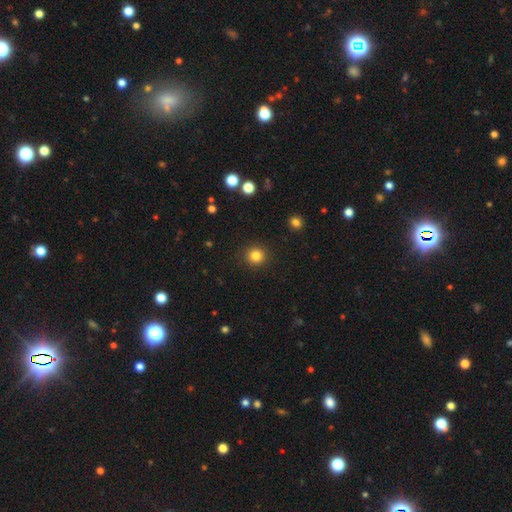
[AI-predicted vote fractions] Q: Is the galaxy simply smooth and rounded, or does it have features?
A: smooth — 83%.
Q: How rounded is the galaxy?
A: round — 93%.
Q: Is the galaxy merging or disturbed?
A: none — 91%.